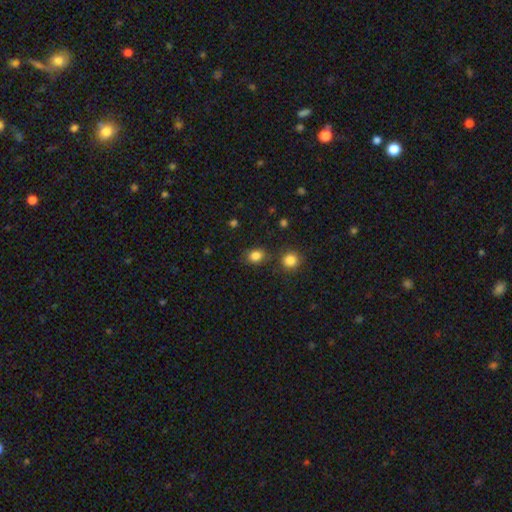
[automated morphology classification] A smooth galaxy with no disk features (83%) that is round (58%).

Vote fractions:
- Smooth or featured? smooth: 83% / star or artifact: 12% / featured or disk: 5%
- How rounded? round: 58% / in between: 41% / cigar-shaped: 1%
- Merging? none: 76% / minor disturbance: 13% / merger: 7% / major disturbance: 4%